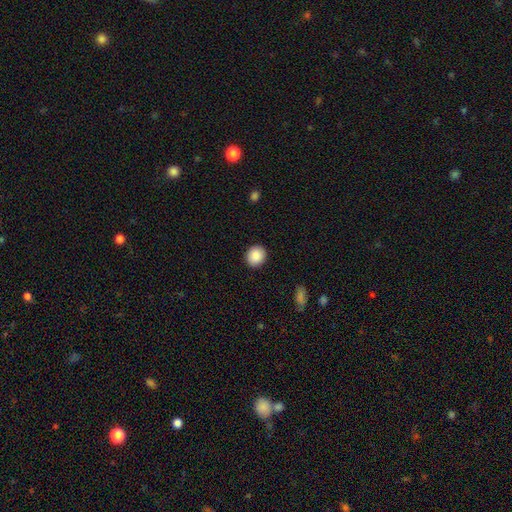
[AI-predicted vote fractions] Smooth or featured?
  - smooth: 89% *
  - star or artifact: 8%
  - featured or disk: 3%
How rounded?
  - round: 80% *
  - in between: 19%
  - cigar-shaped: 1%
Merging?
  - none: 91% *
  - minor disturbance: 6%
  - major disturbance: 2%
  - merger: 1%